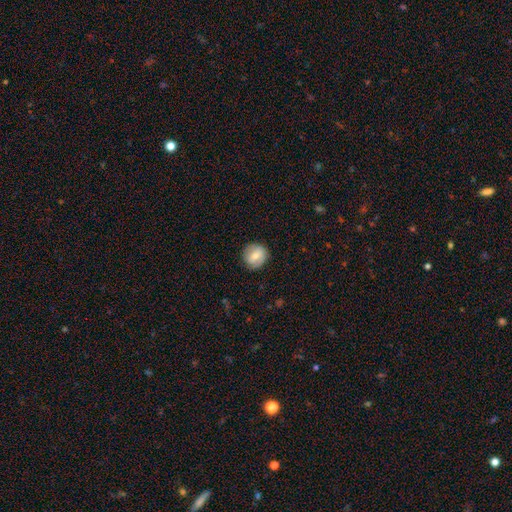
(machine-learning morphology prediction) smooth-or-featured: smooth: 64% | featured or disk: 28% | star or artifact: 8%
  how-rounded: round: 90% | in between: 9% | cigar-shaped: 1%
  merging: none: 85% | minor disturbance: 11% | major disturbance: 3% | merger: 1%